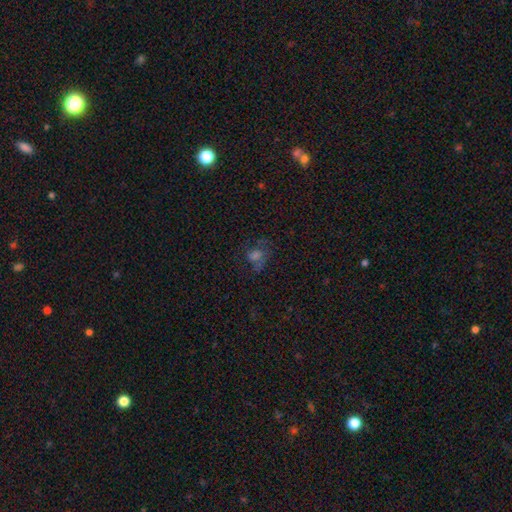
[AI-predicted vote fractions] Q: Smooth or featured?
A: smooth (39%); runner-up: star or artifact (32%)
Q: Merging?
A: none (50%); runner-up: major disturbance (25%)